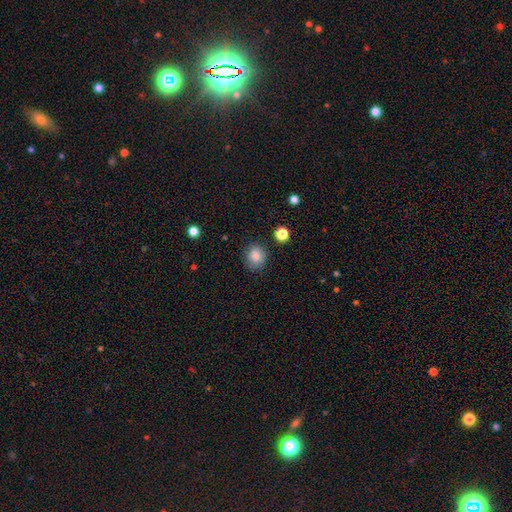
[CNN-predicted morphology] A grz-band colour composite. It shows a smooth galaxy with no disk features (86%) that is round (75%). Merging: none (83%).